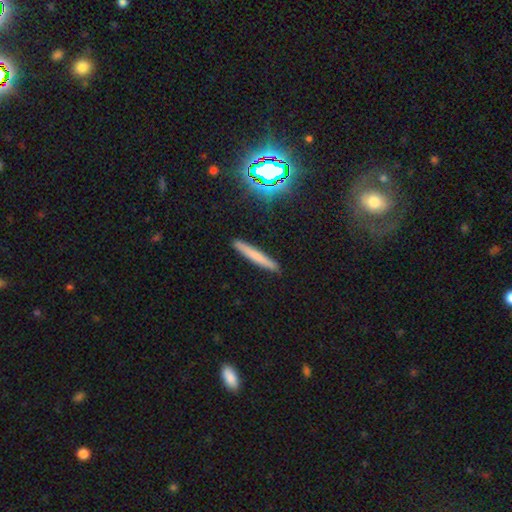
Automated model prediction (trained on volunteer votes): Smooth or featured: smooth — 67% (featured or disk — 22%)
How rounded: cigar-shaped — 95% (in between — 3%)
Merging: none — 91% (minor disturbance — 6%)